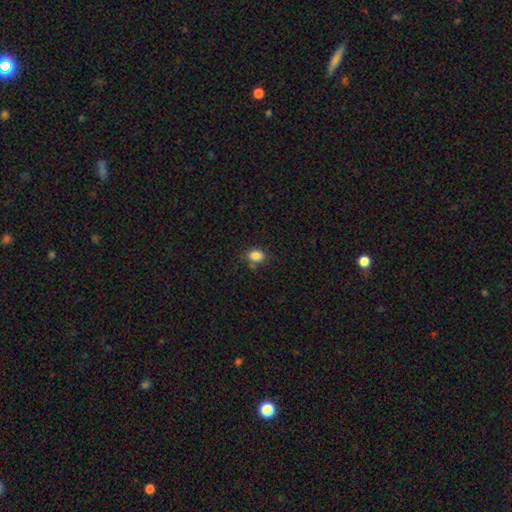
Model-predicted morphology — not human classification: Smooth or featured? Predicted: smooth (p=0.85). How rounded? Predicted: in between (p=0.62). Merging? Predicted: none (p=0.73).